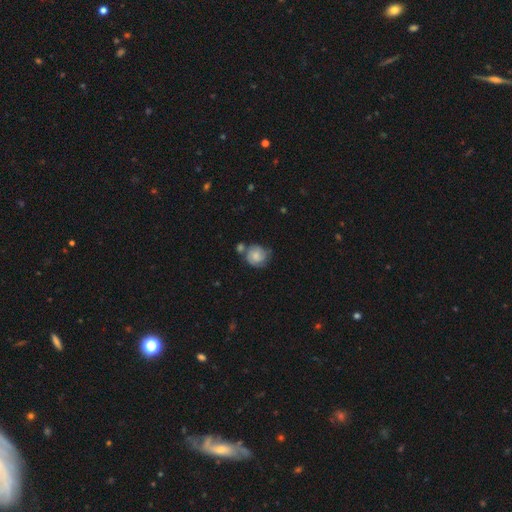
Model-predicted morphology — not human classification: This is possibly a smooth galaxy (47%). Merging: possibly none (51%).